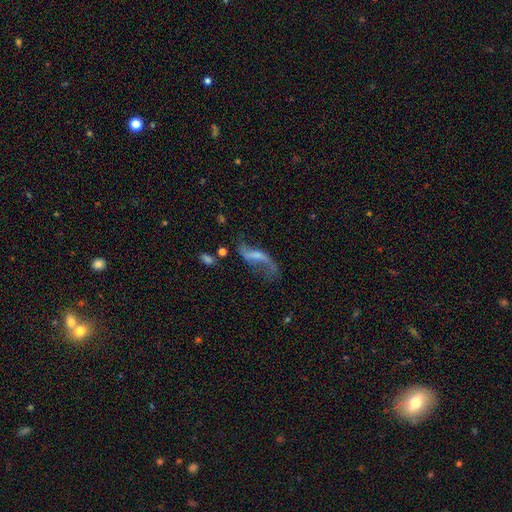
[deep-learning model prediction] This appears to be a featured or disk galaxy (78%) with a weak bar (41%), 2 (86%) loose (93%) spiral arms (89%) and no central bulge (37%, tied with small). Merging: none (51%).